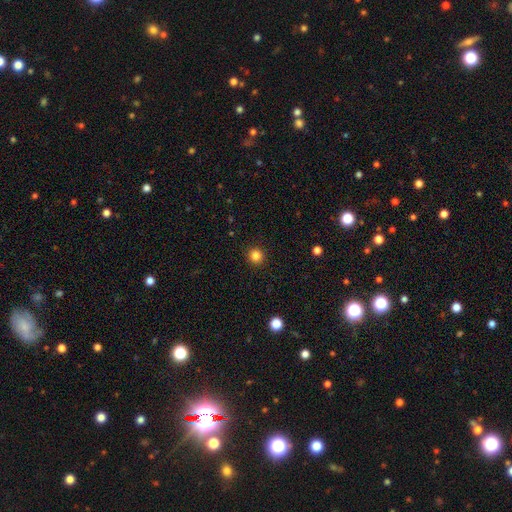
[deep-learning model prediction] This is clearly a smooth galaxy (84%). How rounded: clearly round (94%). Merging: clearly none (93%).